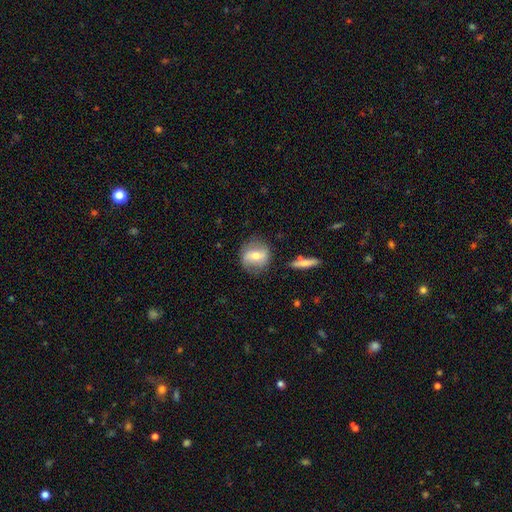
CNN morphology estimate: A smooth galaxy with no disk features (49%). Merging: none (80%).